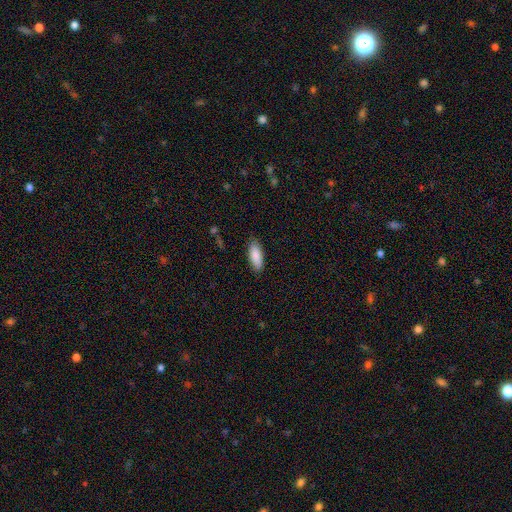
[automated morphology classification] type=smooth (88%); roundness=in between (74%); merging=none (85%).